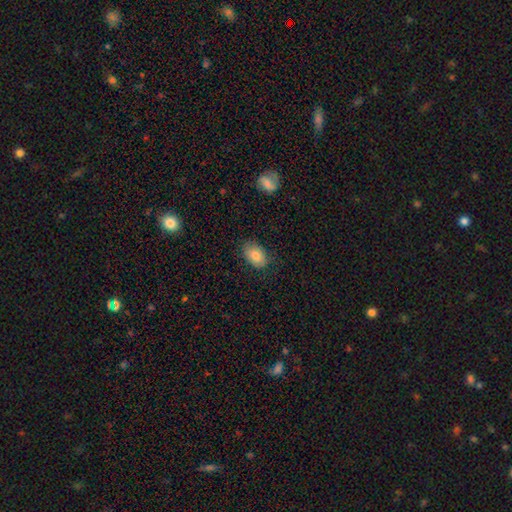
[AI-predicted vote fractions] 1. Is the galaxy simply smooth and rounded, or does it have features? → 83% smooth, 9% featured or disk, 8% star or artifact.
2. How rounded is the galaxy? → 85% in between, 14% round, 1% cigar-shaped.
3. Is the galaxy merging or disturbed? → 81% none, 15% minor disturbance, 3% major disturbance, 1% merger.